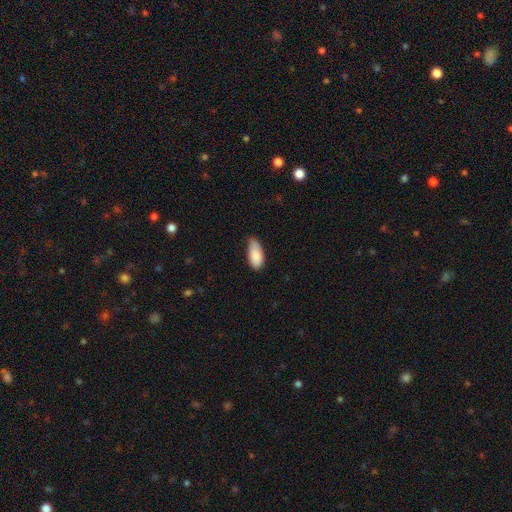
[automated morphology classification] This is clearly a smooth galaxy (86%). How rounded: clearly in between (90%). Merging: possibly none (48%).